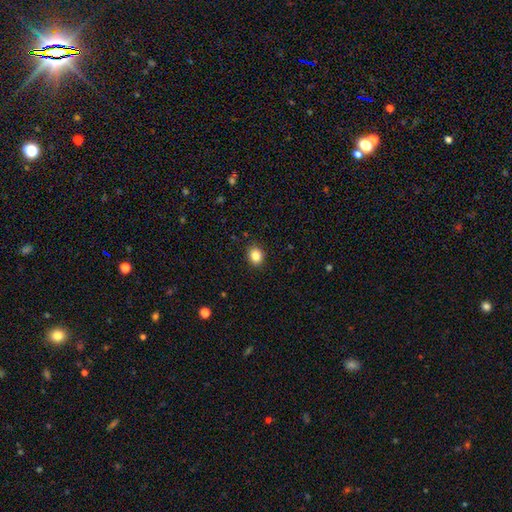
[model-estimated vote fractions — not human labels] Smooth or featured? smooth (85%)
How rounded? round (65%)
Merging? none (90%)